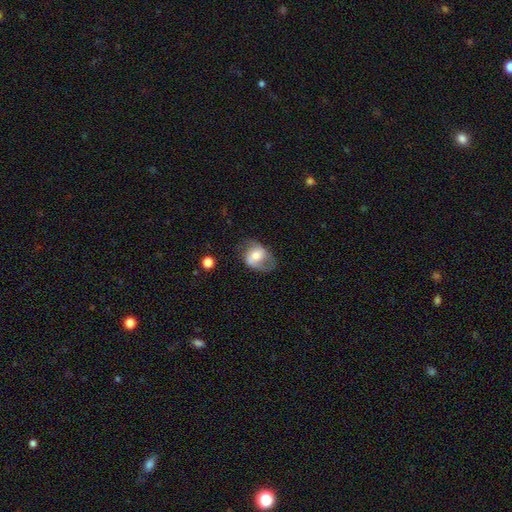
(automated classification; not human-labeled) Smooth or featured? featured or disk (51%)
Edge-on disk? no (95%)
Merging? none (50%)